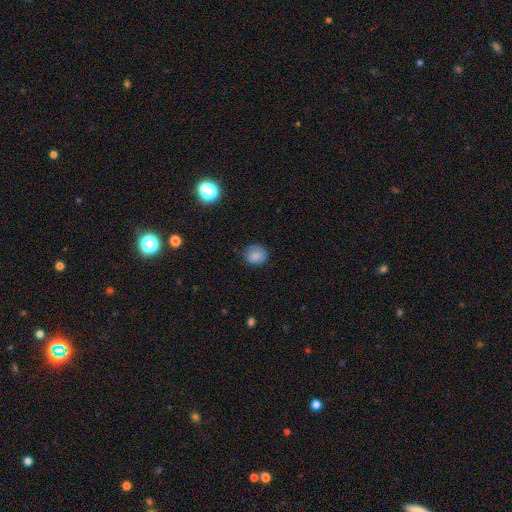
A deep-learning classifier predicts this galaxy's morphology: smooth 84%, star or artifact 10%, featured or disk 6%. Down the decision tree: how rounded — round (75%); merging — none (78%).